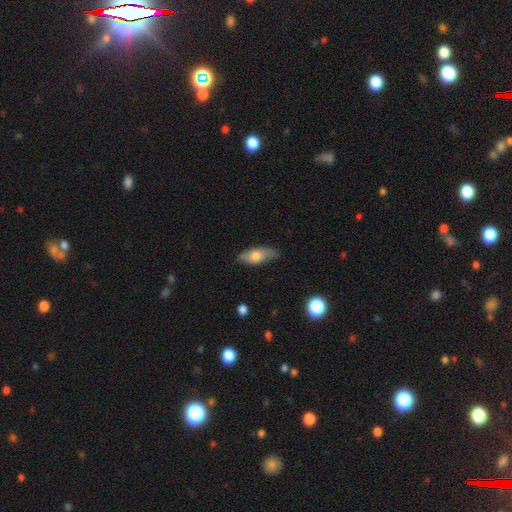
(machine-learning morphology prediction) Q: Smooth or featured?
A: smooth (66%); runner-up: featured or disk (28%)
Q: How rounded?
A: in between (77%); runner-up: cigar-shaped (19%)
Q: Merging?
A: none (73%); runner-up: minor disturbance (22%)